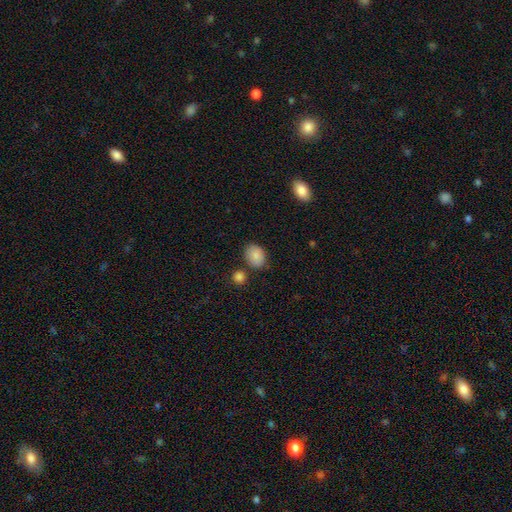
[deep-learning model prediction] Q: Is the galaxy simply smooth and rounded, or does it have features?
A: smooth — 87%.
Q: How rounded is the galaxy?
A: in between — 66%.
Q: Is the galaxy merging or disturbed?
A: none — 74%.